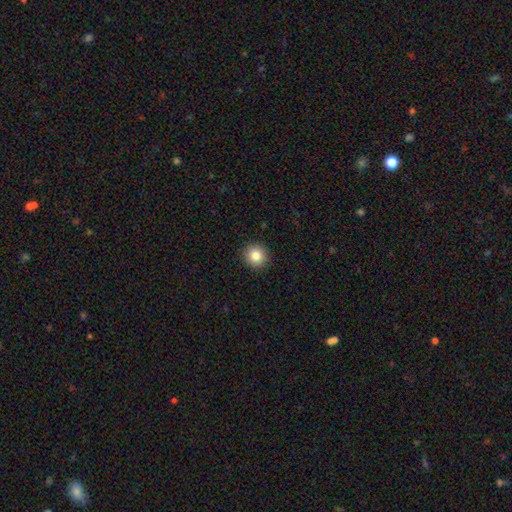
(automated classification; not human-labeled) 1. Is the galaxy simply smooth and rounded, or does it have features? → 85% smooth, 10% star or artifact, 6% featured or disk.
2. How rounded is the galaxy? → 93% round, 6% in between, 1% cigar-shaped.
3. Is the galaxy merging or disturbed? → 92% none, 5% minor disturbance, 2% major disturbance, 1% merger.